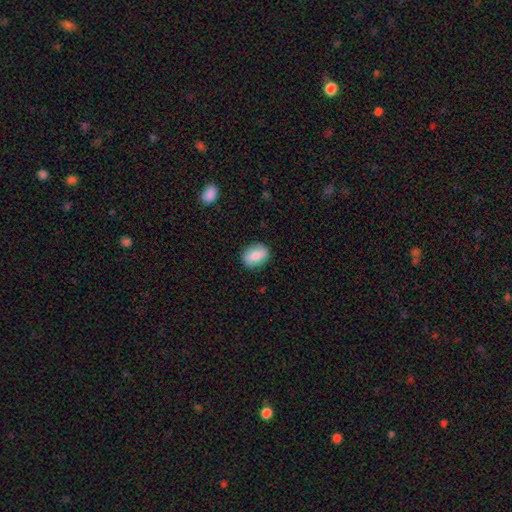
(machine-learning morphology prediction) type=smooth (76%); roundness=in between (67%); merging=none (86%).